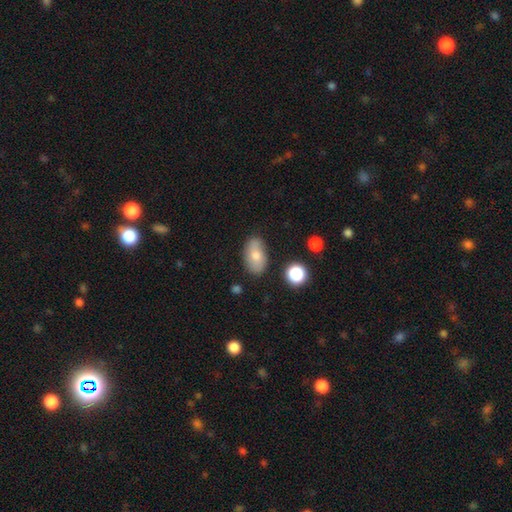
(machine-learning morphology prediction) smooth-or-featured: smooth: 72% | featured or disk: 20% | star or artifact: 8%
  how-rounded: in between: 91% | round: 7% | cigar-shaped: 2%
  merging: none: 78% | minor disturbance: 15% | merger: 3% | major disturbance: 3%